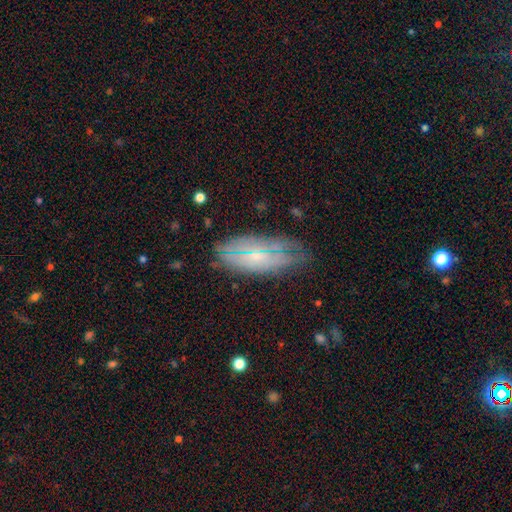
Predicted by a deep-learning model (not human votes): Smooth or featured: featured or disk — 53% (smooth — 35%)
Edge-on disk: no — 74% (yes — 26%)
Merging: none — 71% (minor disturbance — 21%)